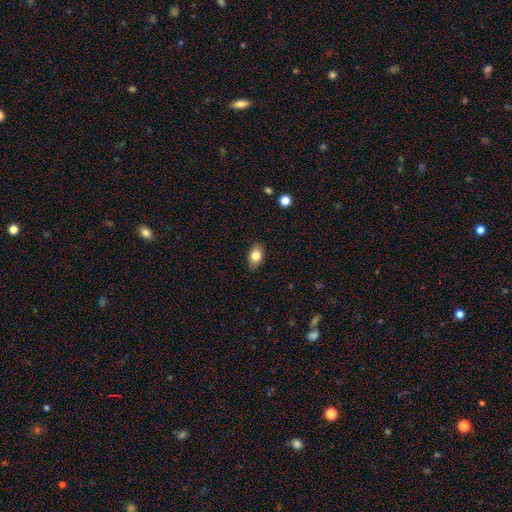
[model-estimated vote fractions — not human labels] This is clearly a smooth galaxy (80%). How rounded: clearly in between (82%). Merging: clearly none (84%).